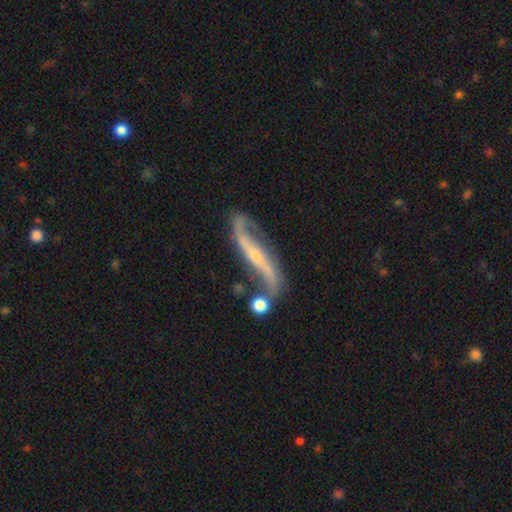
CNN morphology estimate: Smooth or featured: featured or disk — 89% (smooth — 6%)
Edge-on disk: no — 80% (yes — 20%)
Bar: strong — 46% (no — 29%)
Spiral arms: yes — 95% (no — 5%)
Spiral winding: loose — 72% (medium — 20%)
Spiral arm count: 2 — 93% (can't tell — 2%)
Bulge size: small — 69% (moderate — 24%)
Merging: none — 62% (minor disturbance — 18%)